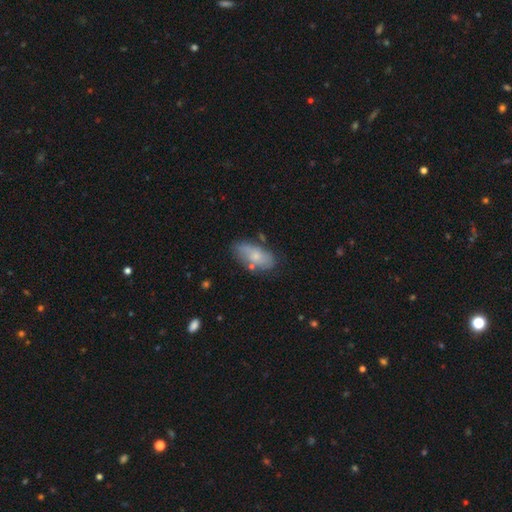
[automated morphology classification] smooth 61%, featured or disk 32%, star or artifact 7%. Down the decision tree: how rounded — in between (88%); merging — none (63%).